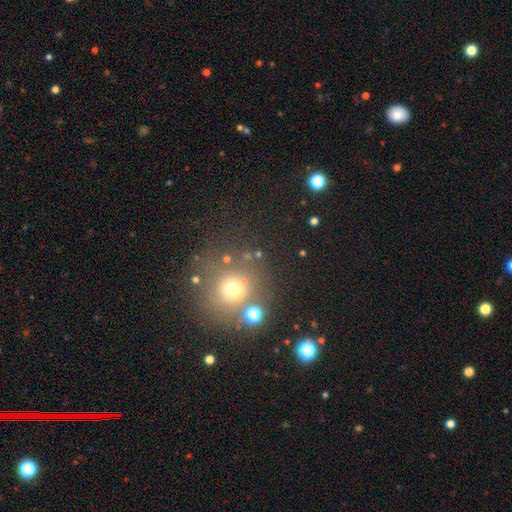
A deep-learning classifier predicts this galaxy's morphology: A smooth galaxy with no disk features (53%) that is round (90%).

Vote fractions:
- Smooth or featured? smooth: 53% / star or artifact: 34% / featured or disk: 13%
- How rounded? round: 90% / in between: 9% / cigar-shaped: 1%
- Merging? none: 72% / merger: 12% / minor disturbance: 10% / major disturbance: 5%